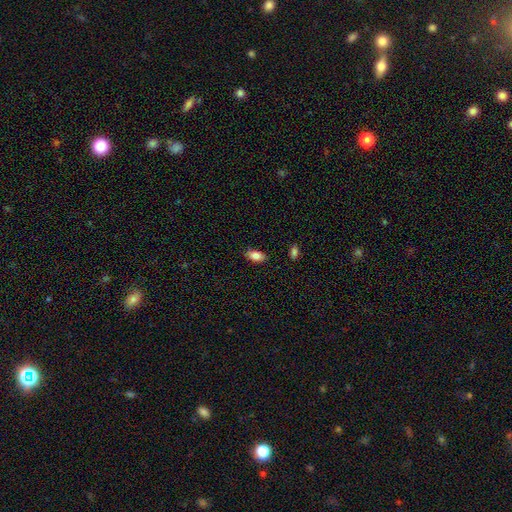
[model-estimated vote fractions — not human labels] Morphology: type=smooth (85%); roundness=in between (91%); merging=none (84%).